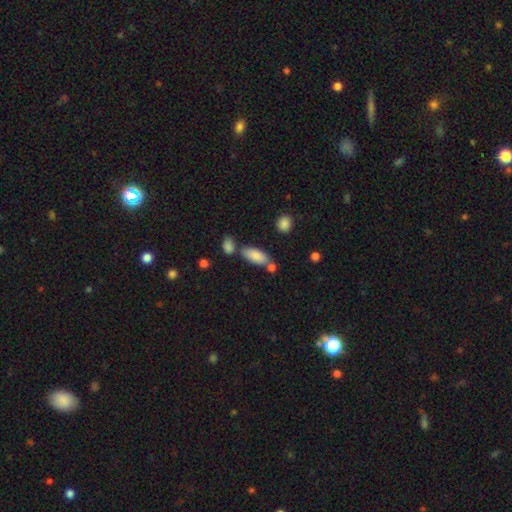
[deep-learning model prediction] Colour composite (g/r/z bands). It shows a smooth galaxy with no disk features (85%) that is in between round and cigar-shaped (82%). Merging: none (60%).